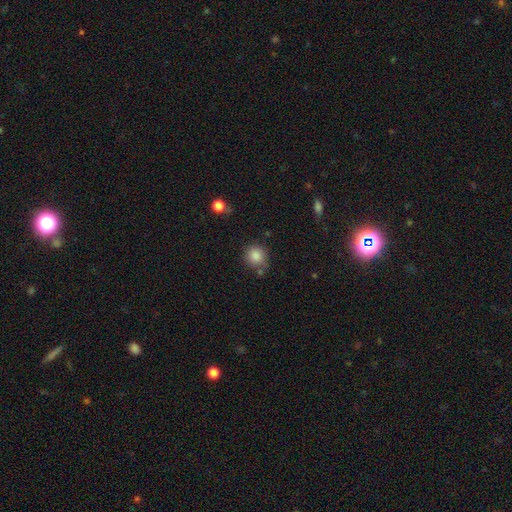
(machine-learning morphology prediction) smooth_or_featured: smooth (p=0.85) [alt: star or artifact p=0.10]
how_rounded: round (p=0.90) [alt: in between p=0.09]
merging: none (p=0.73) [alt: minor disturbance p=0.15]